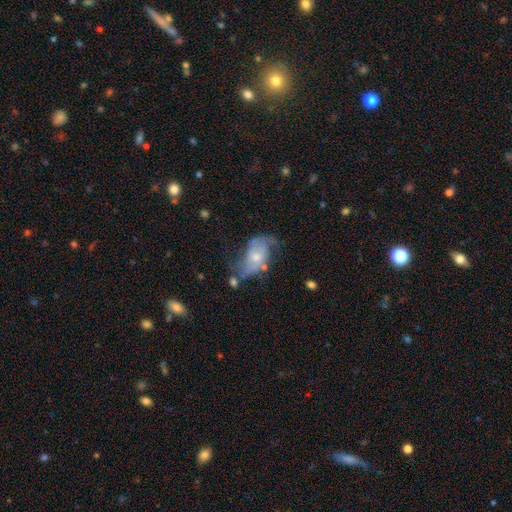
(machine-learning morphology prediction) Smooth or featured: featured or disk — 63% (smooth — 29%)
Edge-on disk: no — 94% (yes — 6%)
Bar: no — 67% (weak — 26%)
Spiral arms: yes — 76% (no — 24%)
Bulge size: small — 52% (moderate — 39%)
Merging: none — 42% (minor disturbance — 29%)